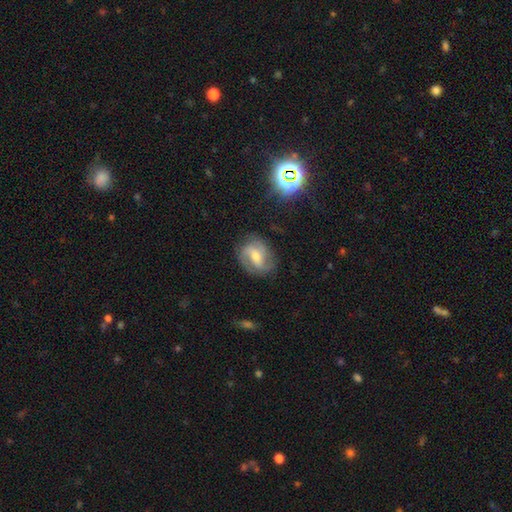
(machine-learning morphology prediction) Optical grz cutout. It shows a featured or disk galaxy (69%) with a weak bar (45%), 2 (67%) medium (47%) spiral arms (90%) and a moderate central bulge (53%). Merging: none (73%).